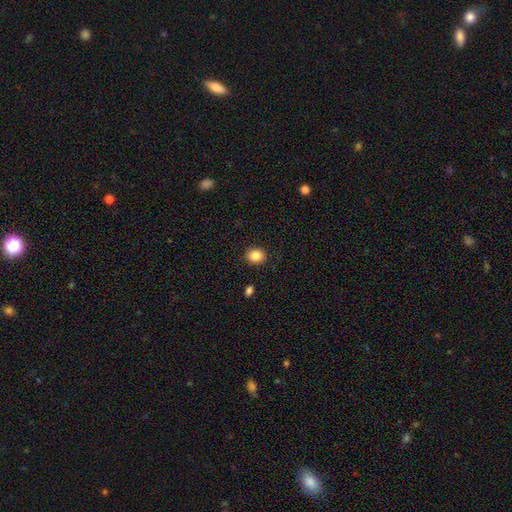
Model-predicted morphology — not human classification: Smooth or featured?
  - smooth: 85% *
  - star or artifact: 10%
  - featured or disk: 5%
How rounded?
  - round: 70% *
  - in between: 29%
  - cigar-shaped: 1%
Merging?
  - none: 90% *
  - minor disturbance: 6%
  - major disturbance: 2%
  - merger: 1%